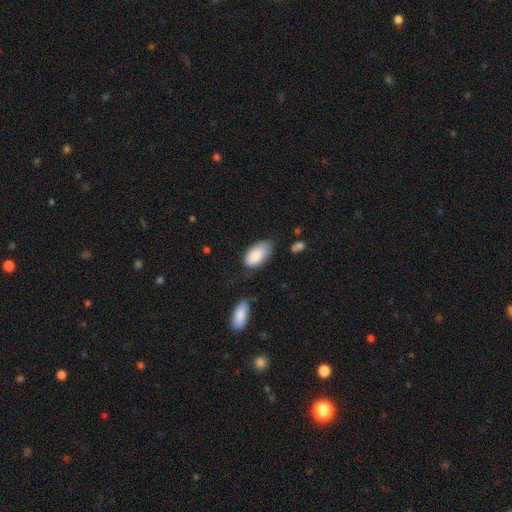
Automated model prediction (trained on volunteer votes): This appears to be a smooth galaxy with no disk features (85%) that is in between round and cigar-shaped (95%). Merging: none (52%).